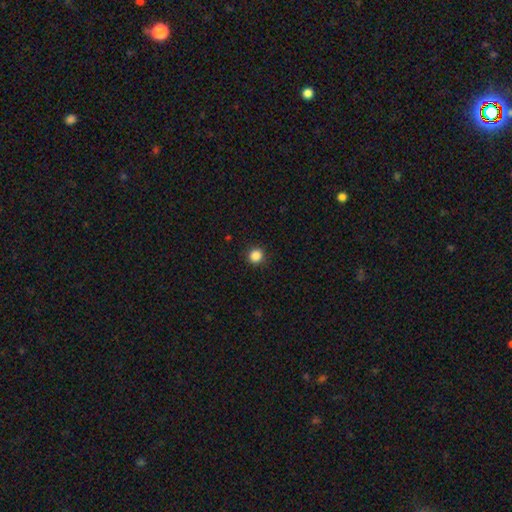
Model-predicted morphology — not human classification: The model was most divided on "smooth or featured": smooth: 87%, star or artifact: 11%, featured or disk: 3%. More confident: how rounded — round (92%); merging — none (92%).